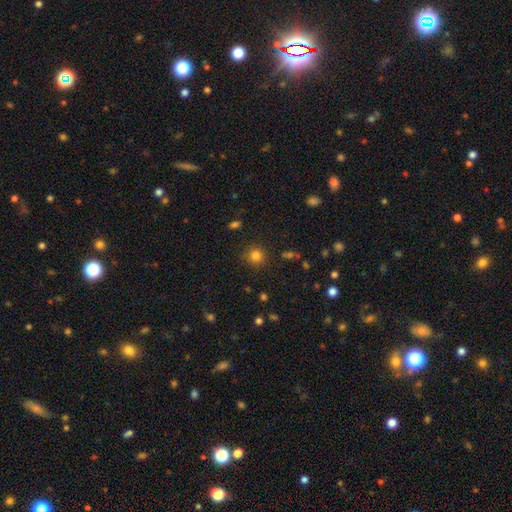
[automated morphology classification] A smooth galaxy with no disk features (80%) that is round (92%). Merging: none (88%).